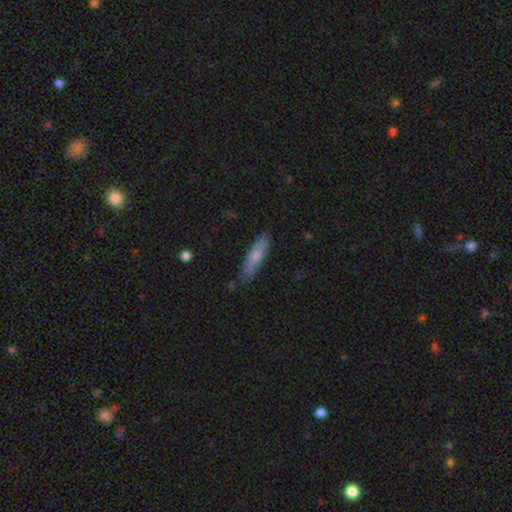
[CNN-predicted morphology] smooth-or-featured: smooth: 70% | featured or disk: 24% | star or artifact: 6%
  how-rounded: cigar-shaped: 71% | in between: 27% | round: 2%
  merging: none: 77% | minor disturbance: 18% | major disturbance: 3% | merger: 2%